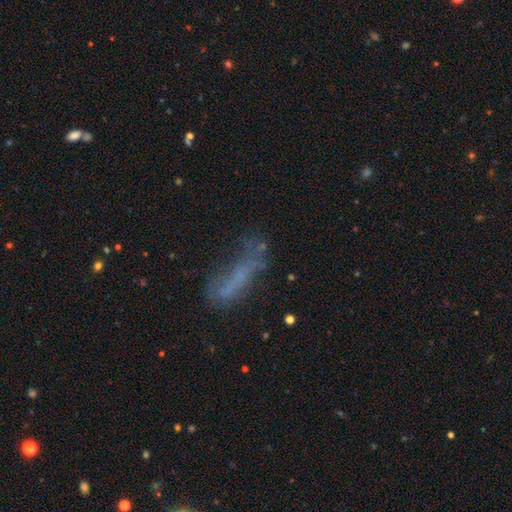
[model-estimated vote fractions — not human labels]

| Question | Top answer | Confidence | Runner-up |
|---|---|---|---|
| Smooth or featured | smooth | 46% | featured or disk (35%) |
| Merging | none | 36% | major disturbance (31%) |